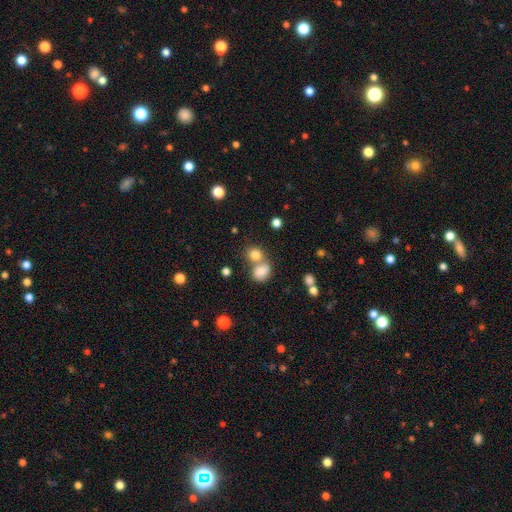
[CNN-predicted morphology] A smooth galaxy with no disk features (77%) that is round (74%). Merging: merger (45%).